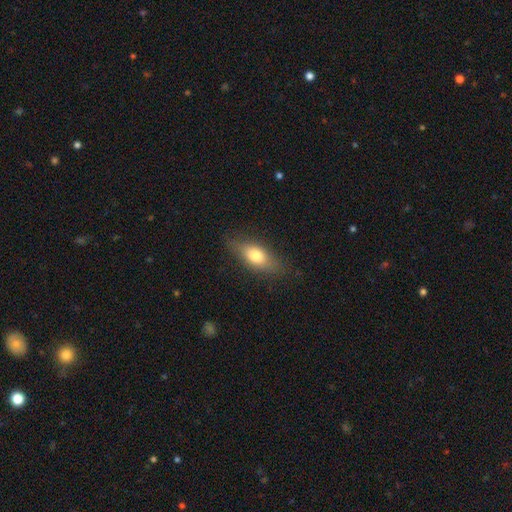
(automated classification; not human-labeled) smooth 71%, featured or disk 21%, star or artifact 8%. Down the decision tree: how rounded — in between (73%); merging — none (80%).